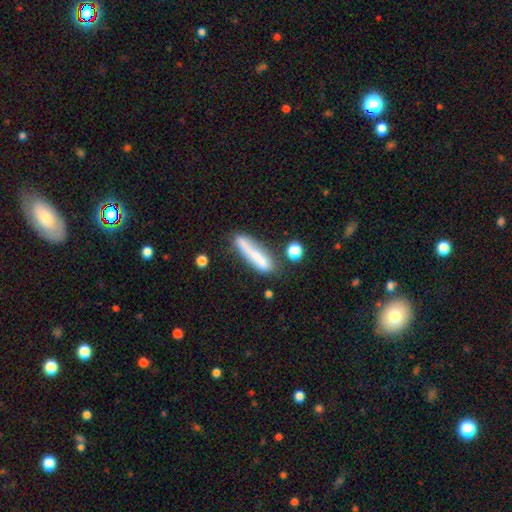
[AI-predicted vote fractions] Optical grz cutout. It shows a smooth galaxy with no disk features (63%) that is cigar-shaped (84%). Merging: none (57%).